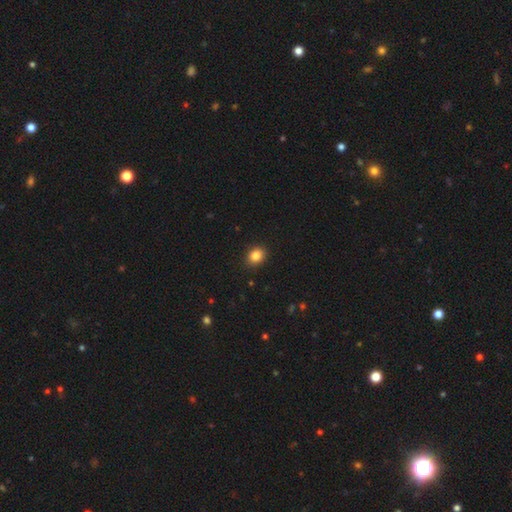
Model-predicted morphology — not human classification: smooth 85%, star or artifact 10%, featured or disk 5%. Down the decision tree: how rounded — round (65%); merging — none (90%).